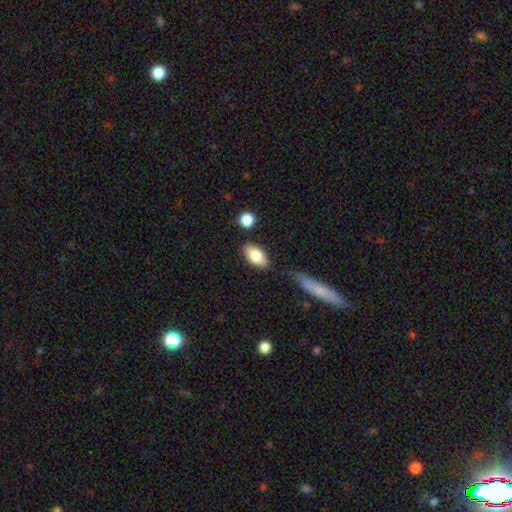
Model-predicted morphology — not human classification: A smooth galaxy with no disk features (79%) that is in between round and cigar-shaped (90%).

Vote fractions:
- Smooth or featured? smooth: 79% / featured or disk: 14% / star or artifact: 7%
- How rounded? in between: 90% / cigar-shaped: 5% / round: 5%
- Merging? none: 78% / minor disturbance: 14% / merger: 5% / major disturbance: 3%